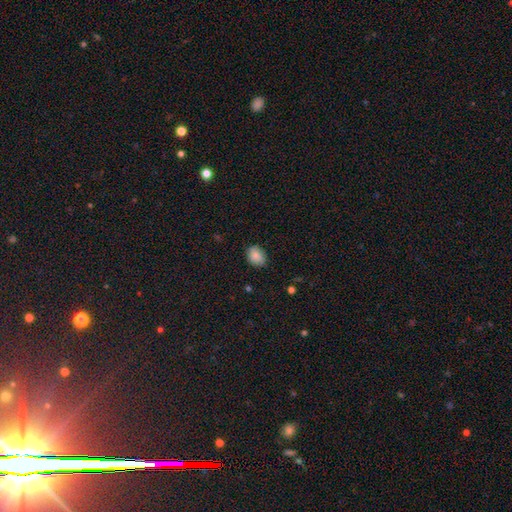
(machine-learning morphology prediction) A smooth galaxy with no disk features (86%) that is in between round and cigar-shaped (57%).

Vote fractions:
- Smooth or featured? smooth: 86% / star or artifact: 8% / featured or disk: 6%
- How rounded? in between: 57% / round: 42% / cigar-shaped: 1%
- Merging? none: 81% / minor disturbance: 16% / major disturbance: 3% / merger: 1%